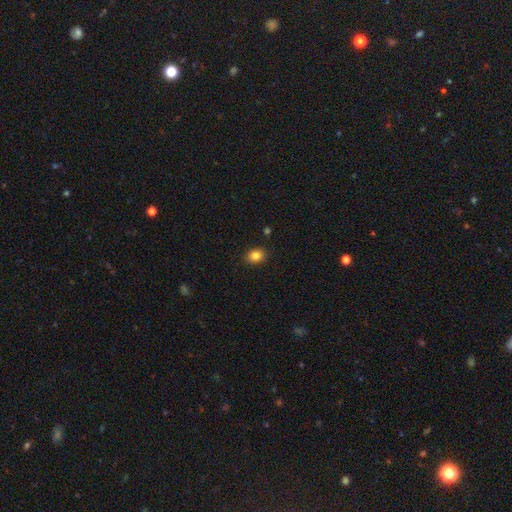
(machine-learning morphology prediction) smooth-or-featured: smooth: 83% | star or artifact: 11% | featured or disk: 6%
  how-rounded: round: 52% | in between: 48% | cigar-shaped: 1%
  merging: none: 89% | minor disturbance: 8% | major disturbance: 2% | merger: 1%